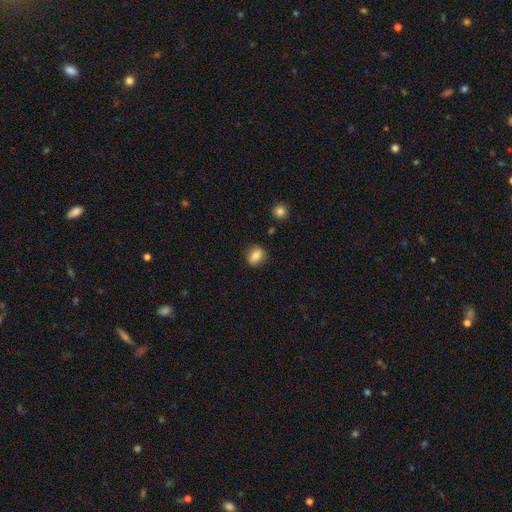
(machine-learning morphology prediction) Overall: smooth (78%). How rounded: round (54%; in between 44%). Merging: none (82%).